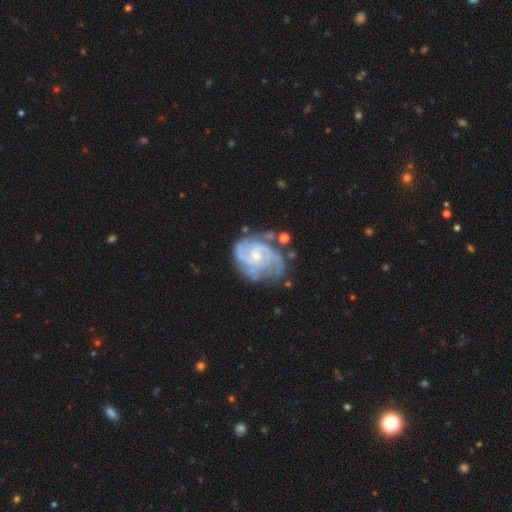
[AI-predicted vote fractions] This appears to be a featured or disk galaxy (89%) with no bar (57%), 2 (43%) tight (46%) spiral arms (96%) and a small central bulge (65%). Merging: none (57%).